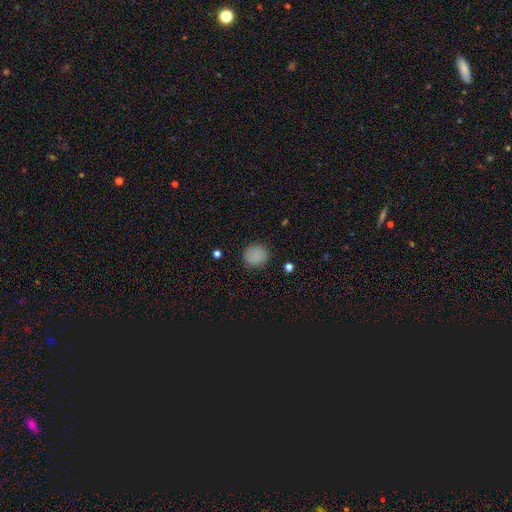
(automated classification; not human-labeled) A smooth galaxy with no disk features (87%) that is round (81%). Merging: none (88%).